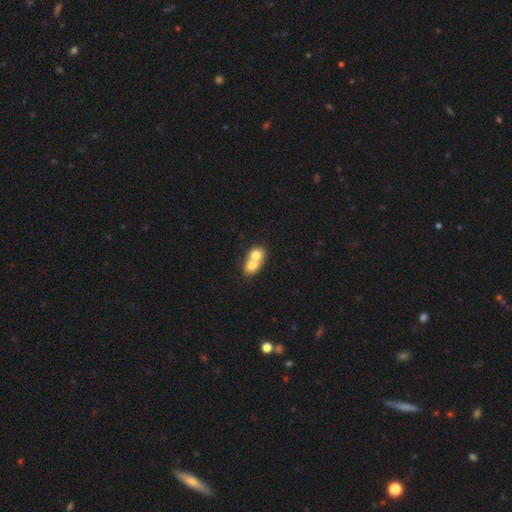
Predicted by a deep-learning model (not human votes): The model was most divided on "how rounded": in between: 50%, round: 48%, cigar-shaped: 2%. More confident: merging — merger (77%); smooth or featured — smooth (70%).